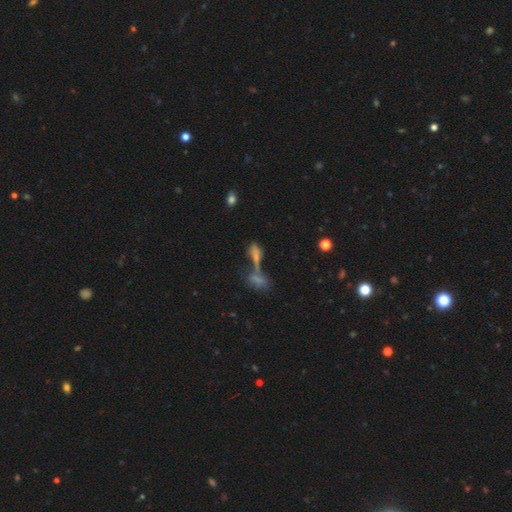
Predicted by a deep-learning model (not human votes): smooth-or-featured: smooth: 51% | featured or disk: 25% | star or artifact: 24%
  how-rounded: in between: 55% | cigar-shaped: 36% | round: 9%
  merging: merger: 57% | none: 28% | minor disturbance: 8% | major disturbance: 7%